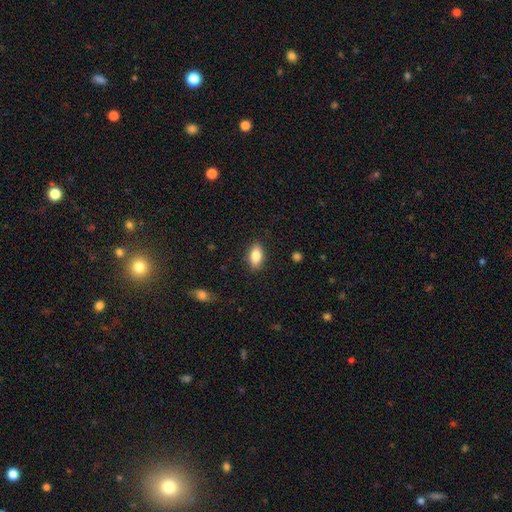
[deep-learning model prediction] Overall: smooth (84%). How rounded: in between (89%). Merging: none (86%).